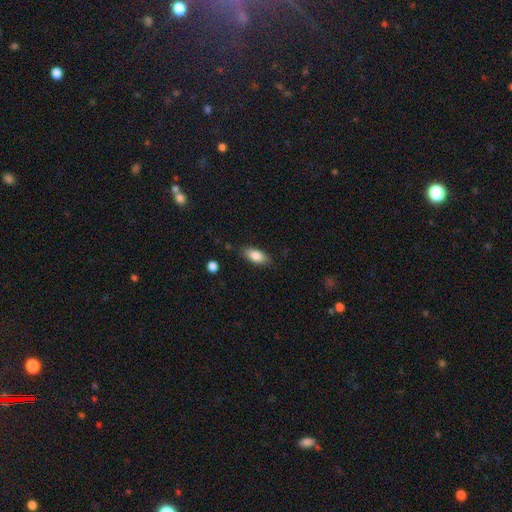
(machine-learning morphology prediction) The model was most divided on "merging": none: 83%, minor disturbance: 13%, major disturbance: 3%, merger: 2%. More confident: how rounded — in between (84%); smooth or featured — smooth (83%).